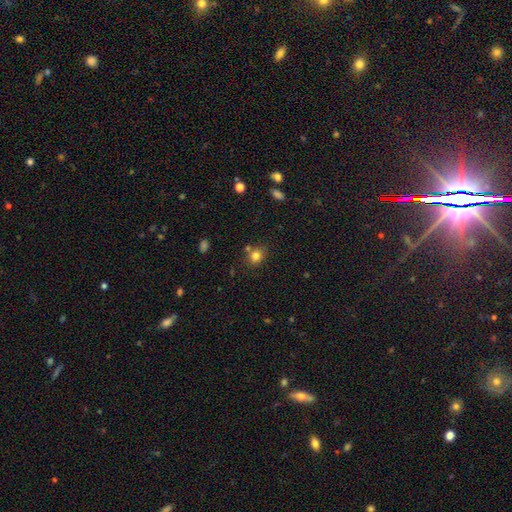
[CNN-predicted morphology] A smooth galaxy with no disk features (79%) that is round (62%). Merging: none (70%).